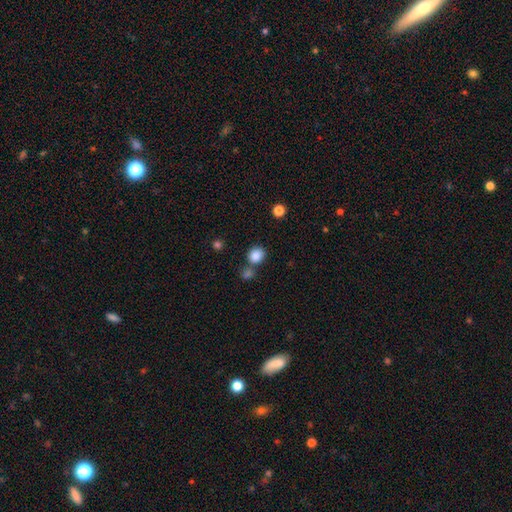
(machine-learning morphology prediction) A smooth galaxy with no disk features (86%) that is round (76%). Merging: none (65%).